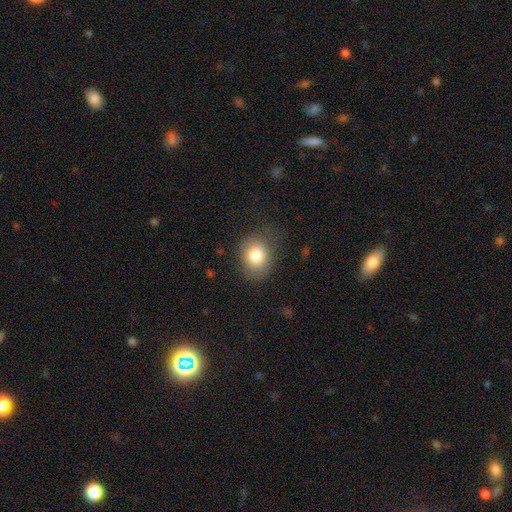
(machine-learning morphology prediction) smooth 82%, star or artifact 9%, featured or disk 9%. Down the decision tree: how rounded — round (54%); merging — none (72%).